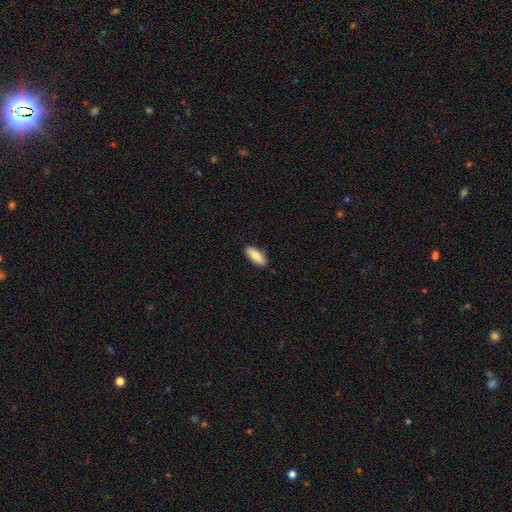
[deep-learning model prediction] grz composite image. It shows a smooth galaxy with no disk features (85%) that is in between round and cigar-shaped (75%). Merging: none (88%).